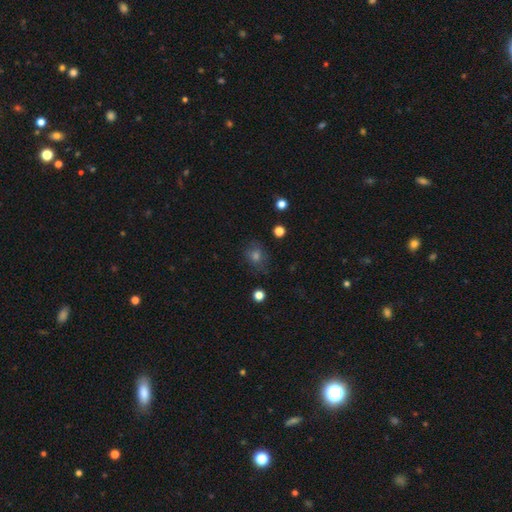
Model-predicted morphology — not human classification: type=smooth (65%); roundness=round (60%); merging=none (76%).